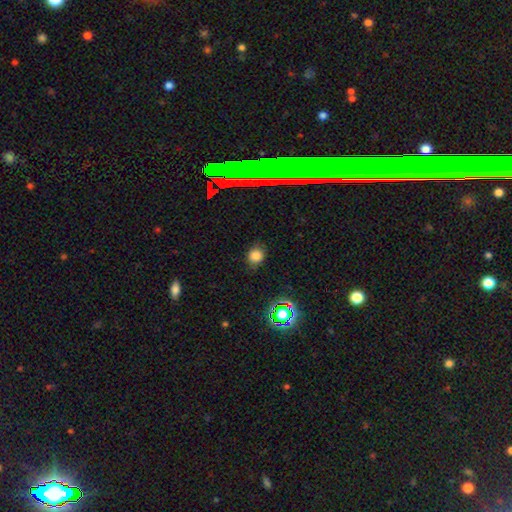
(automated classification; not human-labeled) Q: Smooth or featured?
A: smooth (80%); runner-up: star or artifact (15%)
Q: How rounded?
A: round (78%); runner-up: in between (21%)
Q: Merging?
A: none (81%); runner-up: minor disturbance (14%)